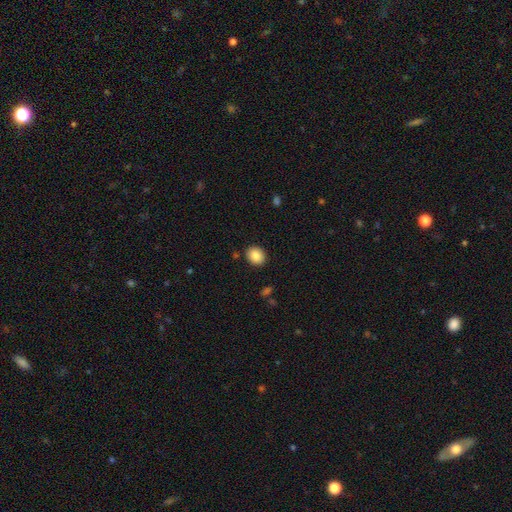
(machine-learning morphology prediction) Overall: smooth (86%). How rounded: round (67%; in between 32%). Merging: none (90%).